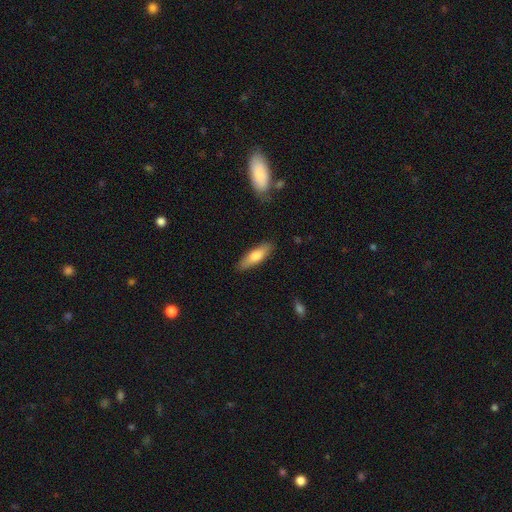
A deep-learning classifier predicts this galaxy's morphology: smooth-or-featured: smooth: 73% | featured or disk: 21% | star or artifact: 6%
  how-rounded: cigar-shaped: 51% | in between: 47% | round: 2%
  merging: none: 87% | minor disturbance: 10% | major disturbance: 2% | merger: 1%